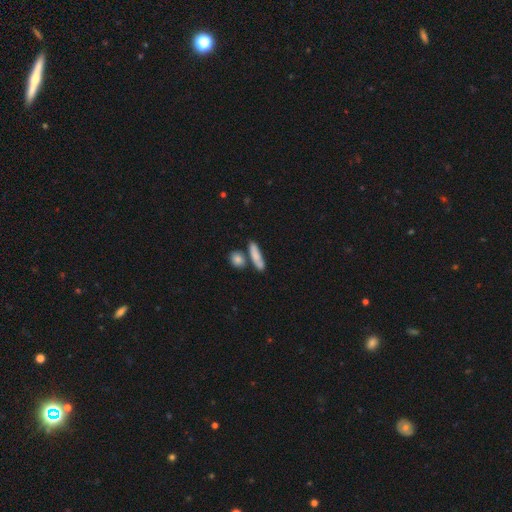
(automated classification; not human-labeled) smooth-or-featured: smooth: 77% | featured or disk: 15% | star or artifact: 7%
  how-rounded: cigar-shaped: 61% | in between: 34% | round: 5%
  merging: none: 61% | merger: 19% | minor disturbance: 15% | major disturbance: 5%